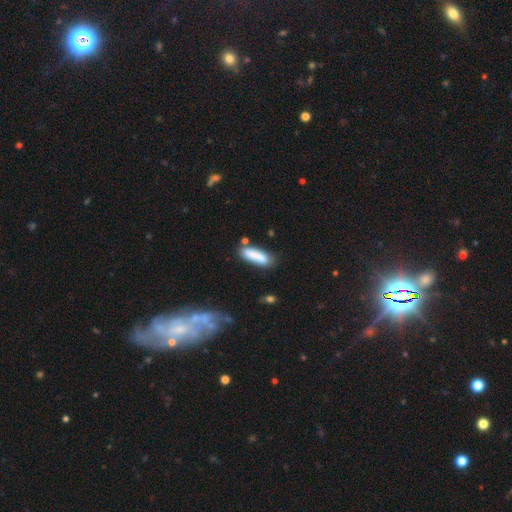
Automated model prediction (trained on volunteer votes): Smooth or featured: smooth — 81% (featured or disk — 12%)
How rounded: cigar-shaped — 58% (in between — 40%)
Merging: none — 63% (minor disturbance — 20%)